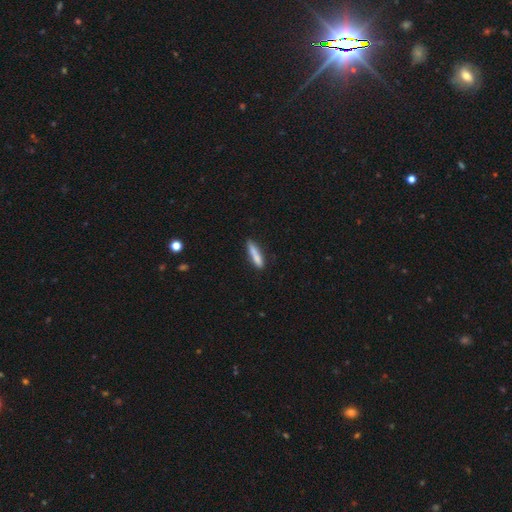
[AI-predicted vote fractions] A smooth galaxy with no disk features (77%) that is cigar-shaped (85%).

Vote fractions:
- Smooth or featured? smooth: 77% / featured or disk: 16% / star or artifact: 7%
- How rounded? cigar-shaped: 85% / in between: 13% / round: 2%
- Merging? none: 74% / minor disturbance: 16% / merger: 6% / major disturbance: 3%